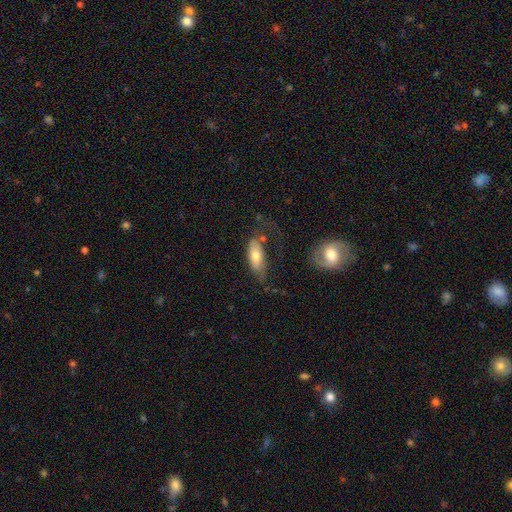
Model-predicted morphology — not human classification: Smooth or featured? Predicted: smooth (p=0.64). How rounded? Predicted: in between (p=0.76). Merging? Predicted: none (p=0.39).